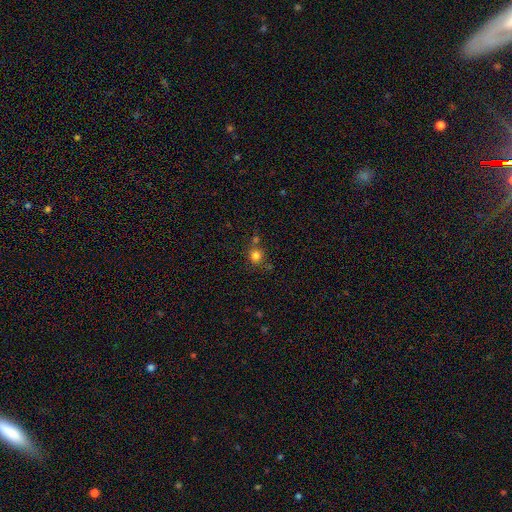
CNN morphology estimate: Smooth or featured? Predicted: smooth (p=0.81). How rounded? Predicted: round (p=0.89). Merging? Predicted: none (p=0.70).